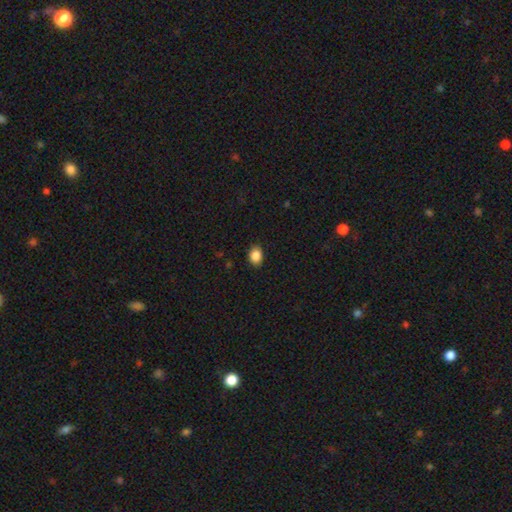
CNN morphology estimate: smooth 87%, star or artifact 9%, featured or disk 4%. Down the decision tree: how rounded — in between (67%); merging — none (89%).